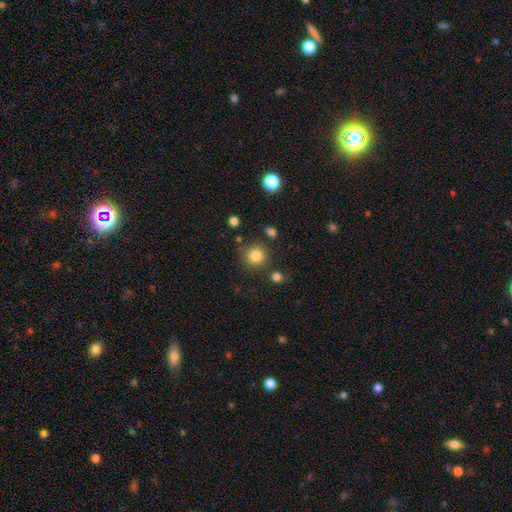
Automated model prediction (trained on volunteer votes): Overall: smooth (83%). How rounded: round (93%). Merging: none (81%).